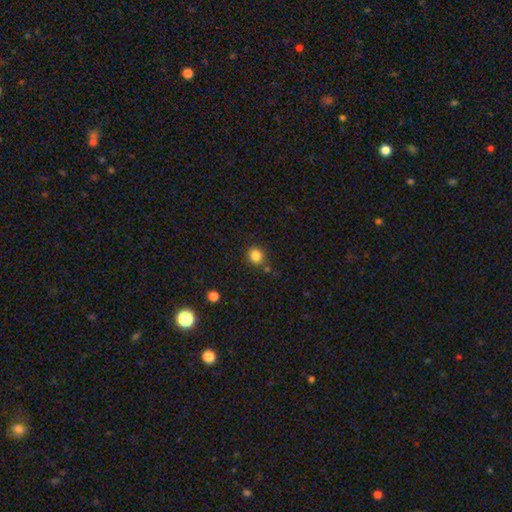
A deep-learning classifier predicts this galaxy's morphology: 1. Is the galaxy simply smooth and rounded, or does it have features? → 84% smooth, 12% star or artifact, 5% featured or disk.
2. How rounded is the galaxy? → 90% round, 9% in between, 1% cigar-shaped.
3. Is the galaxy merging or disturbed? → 82% none, 9% minor disturbance, 6% merger, 3% major disturbance.